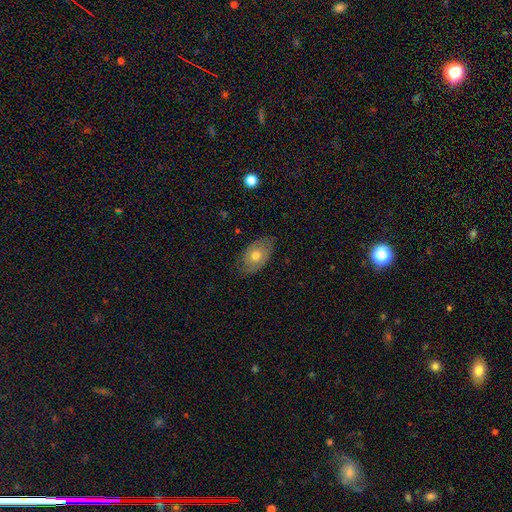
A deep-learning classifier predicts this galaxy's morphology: smooth 47%, featured or disk 46%, star or artifact 7%. Down the decision tree: merging — none (73%).